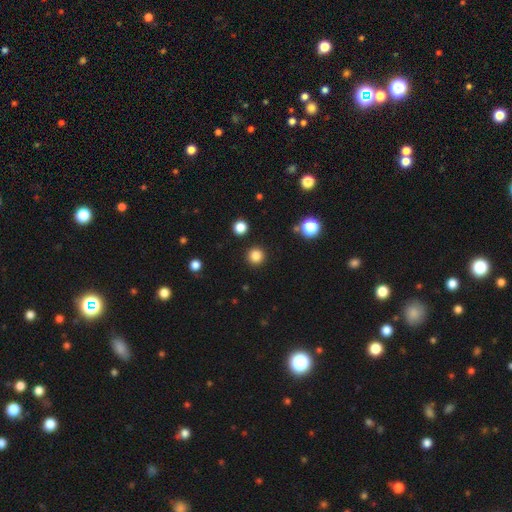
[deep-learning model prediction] smooth-or-featured: smooth: 84% | star or artifact: 12% | featured or disk: 4%
  how-rounded: round: 95% | in between: 4% | cigar-shaped: 1%
  merging: none: 92% | minor disturbance: 5% | major disturbance: 2% | merger: 2%